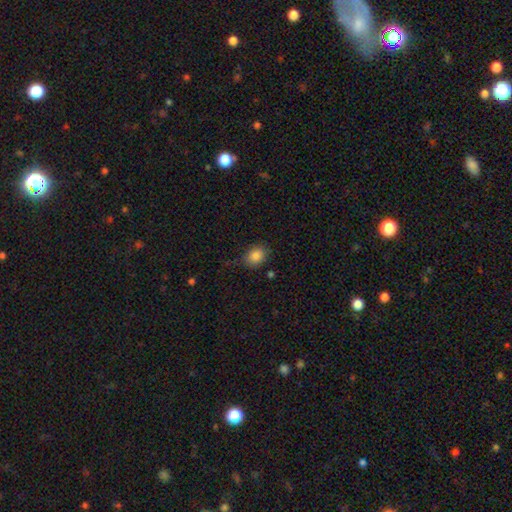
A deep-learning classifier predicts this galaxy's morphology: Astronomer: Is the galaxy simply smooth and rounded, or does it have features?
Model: smooth — 86%.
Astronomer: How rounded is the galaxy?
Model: round — 53% (runner-up: in between, 46%).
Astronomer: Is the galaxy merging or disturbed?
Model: none — 71%.